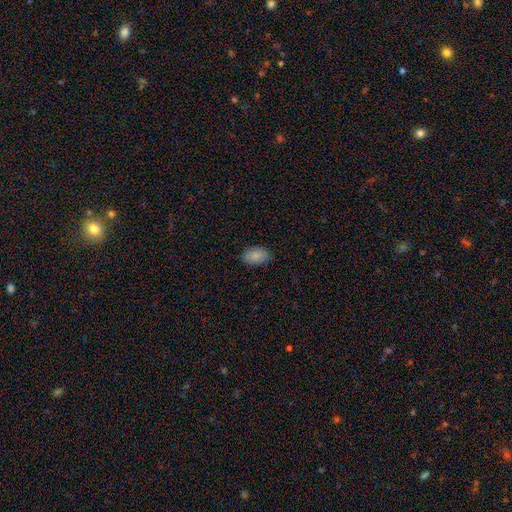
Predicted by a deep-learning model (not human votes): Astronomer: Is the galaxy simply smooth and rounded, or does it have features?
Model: smooth — 87%.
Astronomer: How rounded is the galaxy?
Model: in between — 91%.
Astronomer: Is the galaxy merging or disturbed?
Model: none — 85%.